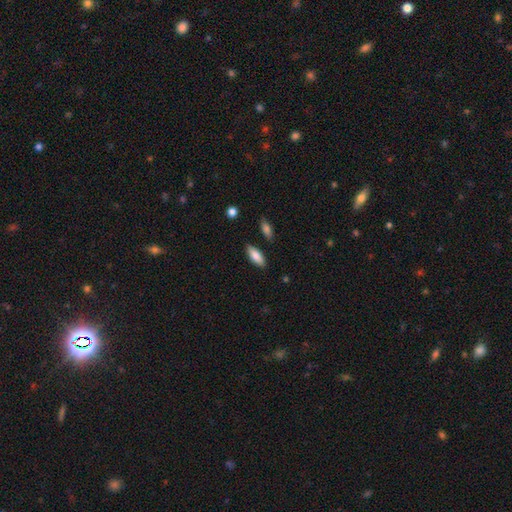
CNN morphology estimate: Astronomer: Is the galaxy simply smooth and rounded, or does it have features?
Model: smooth — 82%.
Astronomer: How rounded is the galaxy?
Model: in between — 80%.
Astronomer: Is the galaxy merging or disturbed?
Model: none — 85%.